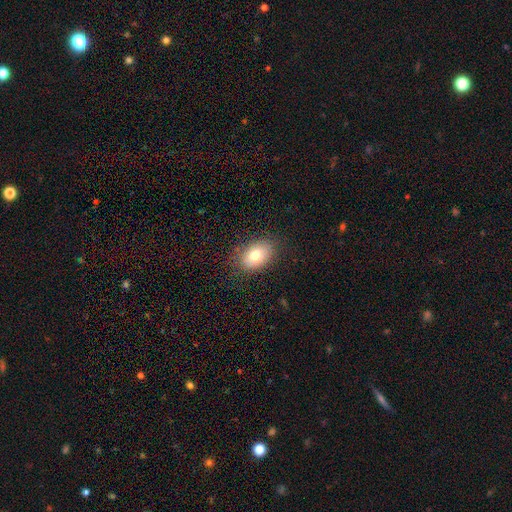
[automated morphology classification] Smooth or featured? Predicted: smooth (p=0.75). How rounded? Predicted: in between (p=0.81). Merging? Predicted: none (p=0.83).